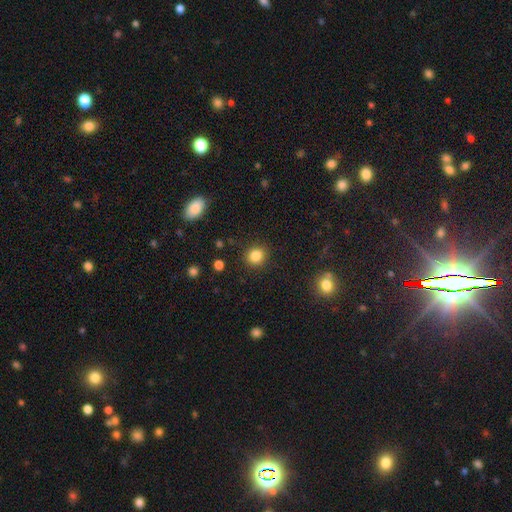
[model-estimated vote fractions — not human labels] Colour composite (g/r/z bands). It shows a smooth galaxy with no disk features (85%) that is round (76%). Merging: none (88%).